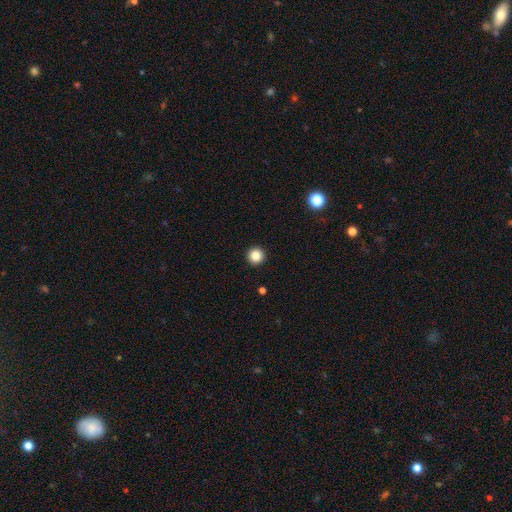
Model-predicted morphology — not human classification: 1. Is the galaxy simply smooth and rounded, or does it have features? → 84% smooth, 11% star or artifact, 5% featured or disk.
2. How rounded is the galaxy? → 96% round, 3% in between, 1% cigar-shaped.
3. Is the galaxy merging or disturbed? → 94% none, 4% minor disturbance, 1% major disturbance, 1% merger.